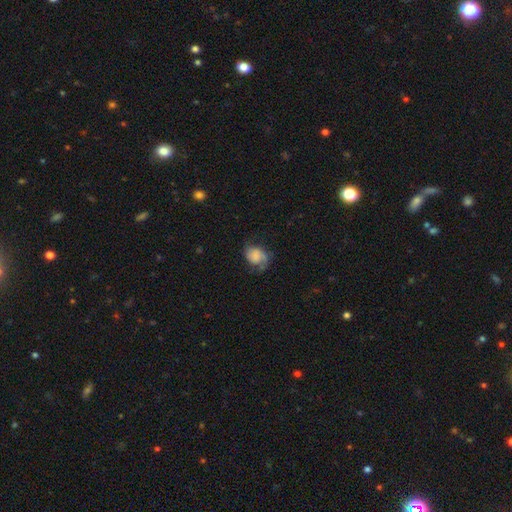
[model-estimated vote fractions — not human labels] Morphology: type=smooth (49%); merging=none (48%).